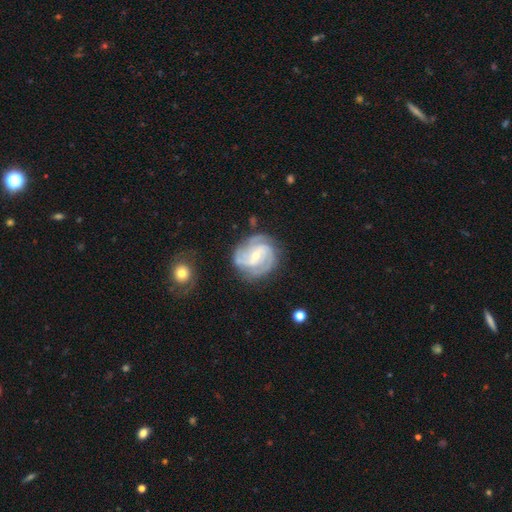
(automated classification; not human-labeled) A featured or disk galaxy (89%) with no bar (45%), 3 (48%) tight (59%) spiral arms (98%) and a small central bulge (60%). Merging: none (75%).